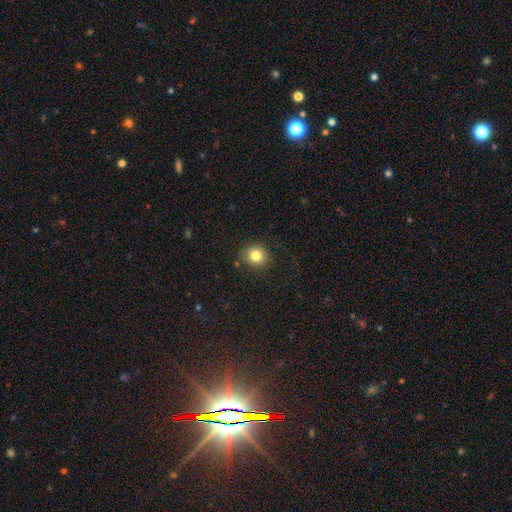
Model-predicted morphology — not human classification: This is clearly a smooth galaxy (83%). How rounded: likely round (78%). Merging: clearly none (83%).